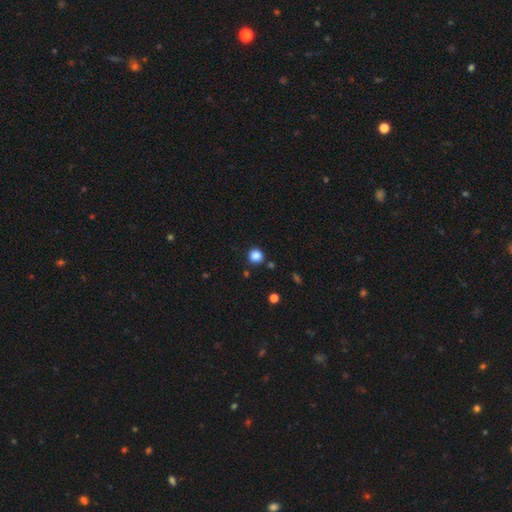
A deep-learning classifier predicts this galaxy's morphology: smooth-or-featured: smooth: 85% | star or artifact: 12% | featured or disk: 3%
  how-rounded: round: 92% | in between: 7% | cigar-shaped: 1%
  merging: none: 87% | minor disturbance: 7% | merger: 4% | major disturbance: 2%